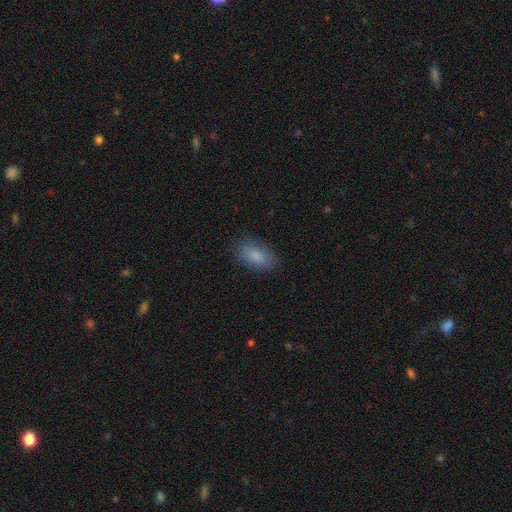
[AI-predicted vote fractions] The model was most divided on "merging": none: 84%, minor disturbance: 12%, major disturbance: 3%, merger: 1%. More confident: how rounded — in between (91%); smooth or featured — smooth (85%).